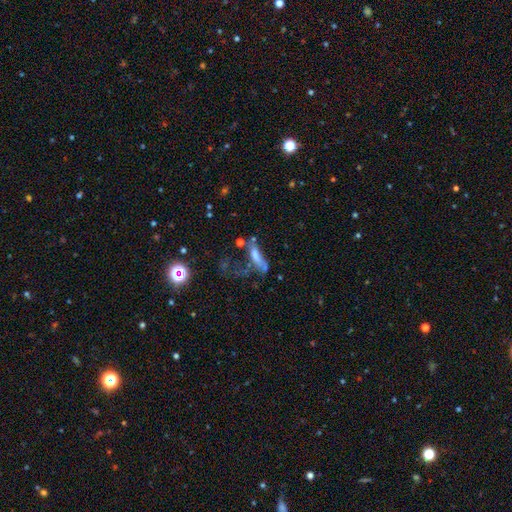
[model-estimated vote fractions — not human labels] smooth-or-featured: featured or disk: 39% | smooth: 37% | star or artifact: 24%
  merging: major disturbance: 38% | none: 27% | minor disturbance: 18% | merger: 17%